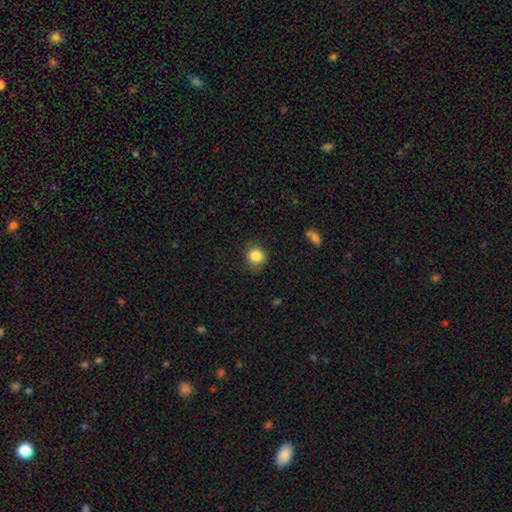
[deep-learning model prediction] This appears to be a smooth galaxy with no disk features (85%) that is round (82%). Merging: none (76%).